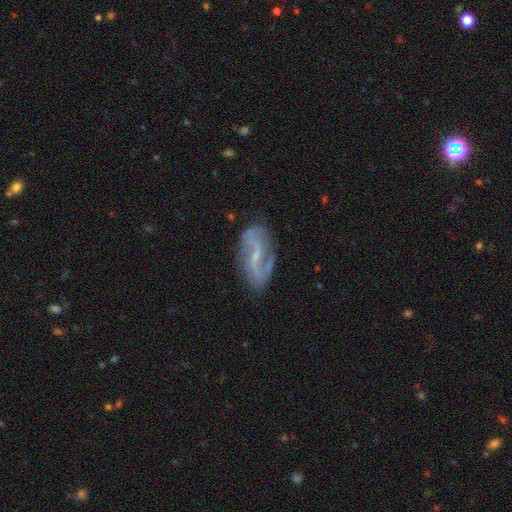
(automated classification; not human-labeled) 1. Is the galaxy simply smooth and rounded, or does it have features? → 81% featured or disk, 12% smooth, 7% star or artifact.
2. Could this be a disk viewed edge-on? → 95% no, 5% yes.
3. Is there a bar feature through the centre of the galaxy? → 46% weak, 31% strong, 22% no.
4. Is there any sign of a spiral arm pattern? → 91% yes, 9% no.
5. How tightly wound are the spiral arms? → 47% loose, 37% medium, 15% tight.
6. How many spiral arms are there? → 87% 2, 6% can't tell, 3% 1, 2% 3, 1% 4, 1% more than 4.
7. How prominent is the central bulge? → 63% small, 18% none, 17% moderate, 1% large, 1% dominant.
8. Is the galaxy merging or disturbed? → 78% none, 15% minor disturbance, 5% major disturbance, 2% merger.